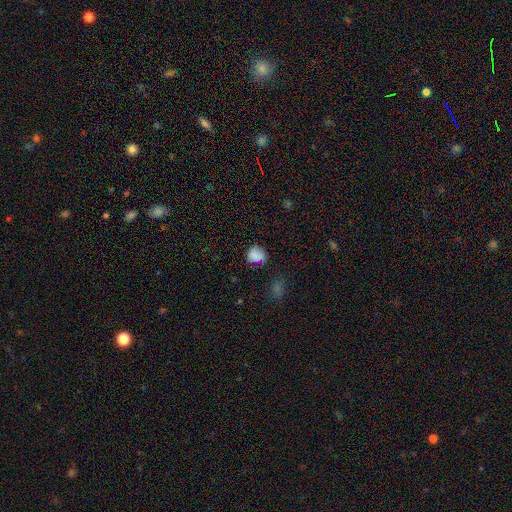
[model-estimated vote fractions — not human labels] Smooth or featured: smooth — 80% (star or artifact — 13%)
How rounded: round — 69% (in between — 29%)
Merging: none — 66% (minor disturbance — 24%)